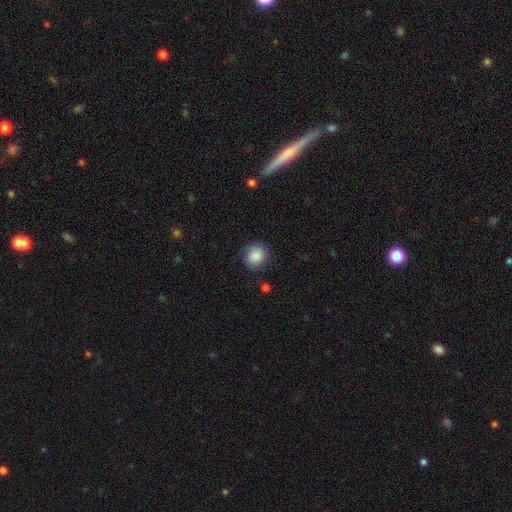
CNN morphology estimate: Smooth or featured: smooth — 84% (featured or disk — 8%)
How rounded: round — 77% (in between — 22%)
Merging: none — 75% (minor disturbance — 18%)